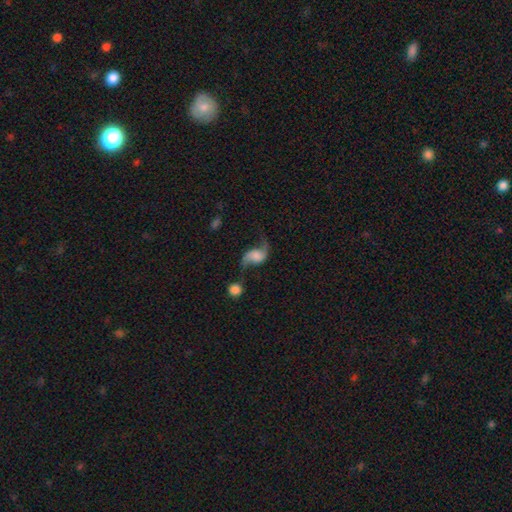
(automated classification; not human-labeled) featured or disk 77%, smooth 15%, star or artifact 8%. Down the decision tree: edge-on disk — no (97%); bar — no (59%); spiral arms — yes (95%); spiral arm count — 2 (92%); spiral winding — loose (89%); bulge size — none (39%); merging — none (56%).